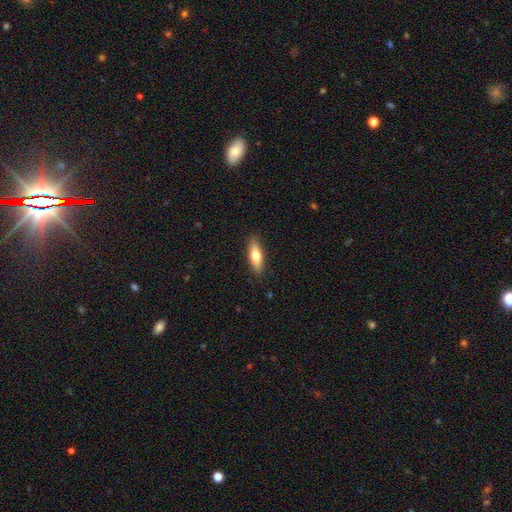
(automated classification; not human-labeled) Q: Smooth or featured?
A: smooth (68%); runner-up: featured or disk (26%)
Q: How rounded?
A: cigar-shaped (51%); runner-up: in between (46%)
Q: Merging?
A: none (88%); runner-up: minor disturbance (9%)